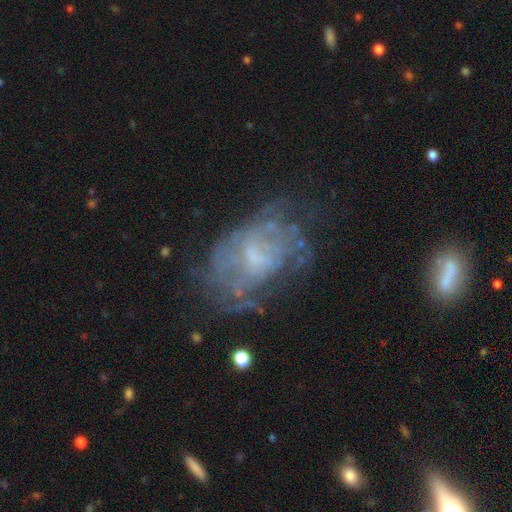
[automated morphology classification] Smooth or featured?
  - featured or disk: 67% *
  - smooth: 22%
  - star or artifact: 12%
Edge-on disk?
  - no: 96% *
  - yes: 4%
Bar?
  - no: 57% *
  - weak: 37%
  - strong: 7%
Spiral arms?
  - no: 56% *
  - yes: 44%
Bulge size?
  - small: 45% *
  - moderate: 27%
  - none: 24%
  - large: 2%
  - dominant: 1%
Merging?
  - none: 49% *
  - major disturbance: 23%
  - minor disturbance: 23%
  - merger: 4%